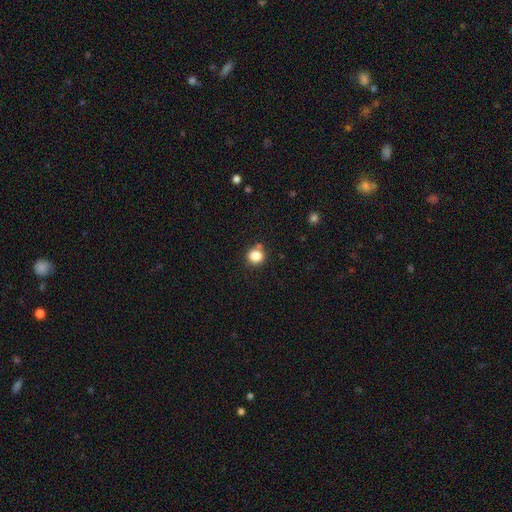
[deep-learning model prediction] smooth_or_featured: smooth (p=0.84) [alt: star or artifact p=0.11]
how_rounded: round (p=0.88) [alt: in between p=0.11]
merging: none (p=0.79) [alt: minor disturbance p=0.11]